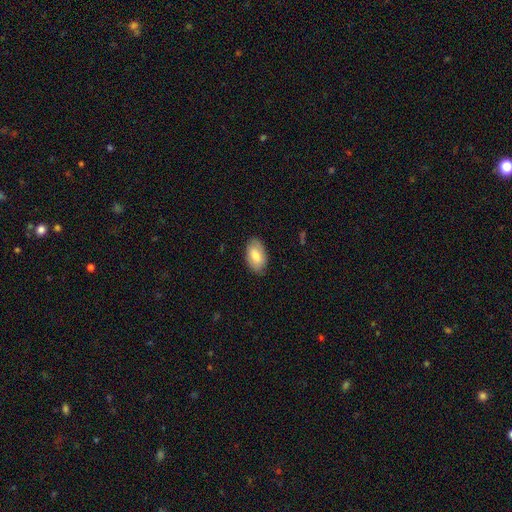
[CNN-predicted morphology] smooth_or_featured: smooth (p=0.74) [alt: featured or disk p=0.20]
how_rounded: in between (p=0.94) [alt: round p=0.05]
merging: none (p=0.83) [alt: minor disturbance p=0.13]